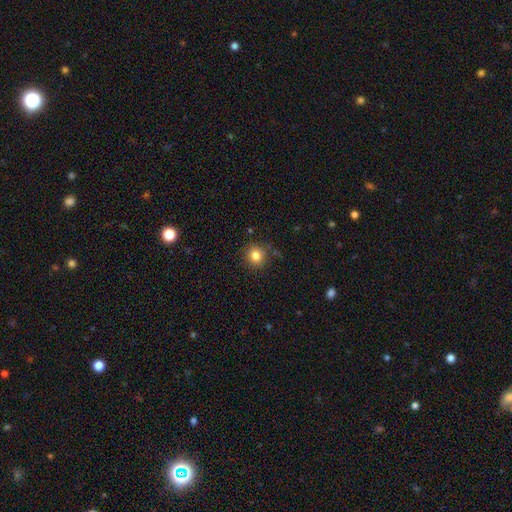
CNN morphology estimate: Smooth or featured? Predicted: smooth (p=0.82). How rounded? Predicted: round (p=0.88). Merging? Predicted: none (p=0.85).